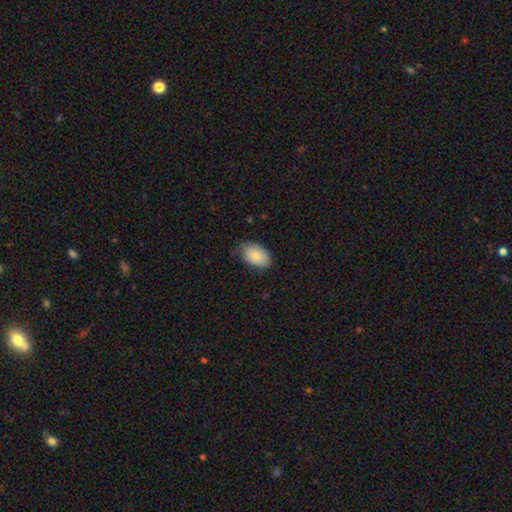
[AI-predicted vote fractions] Smooth or featured: smooth — 86% (featured or disk — 8%)
How rounded: in between — 91% (round — 7%)
Merging: none — 74% (minor disturbance — 22%)